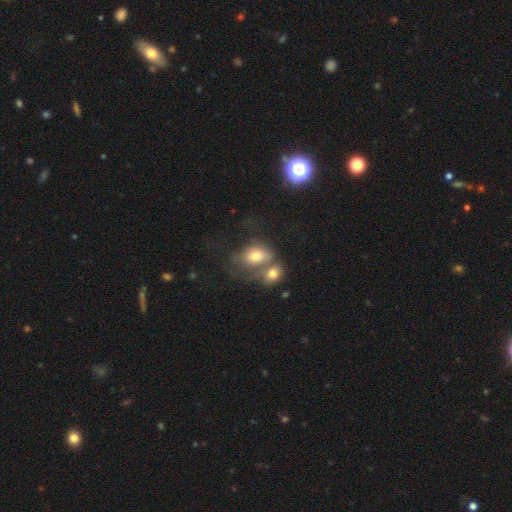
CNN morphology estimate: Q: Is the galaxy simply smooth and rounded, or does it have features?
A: smooth — 71%.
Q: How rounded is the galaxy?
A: in between — 70%.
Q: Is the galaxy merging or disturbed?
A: merger — 57%.